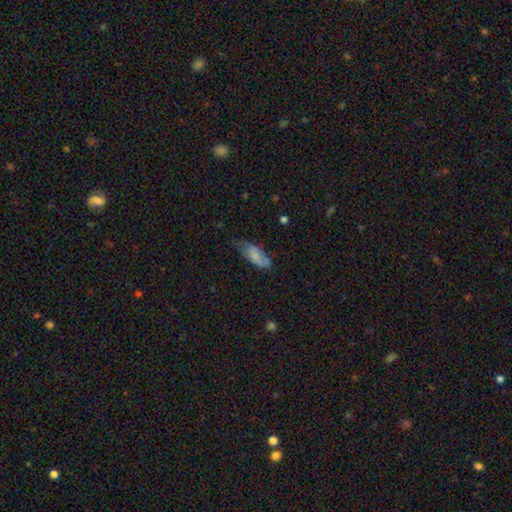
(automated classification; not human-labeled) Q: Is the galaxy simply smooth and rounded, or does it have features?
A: smooth — 72%.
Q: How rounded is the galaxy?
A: in between — 81%.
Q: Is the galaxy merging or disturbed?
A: none — 45%.